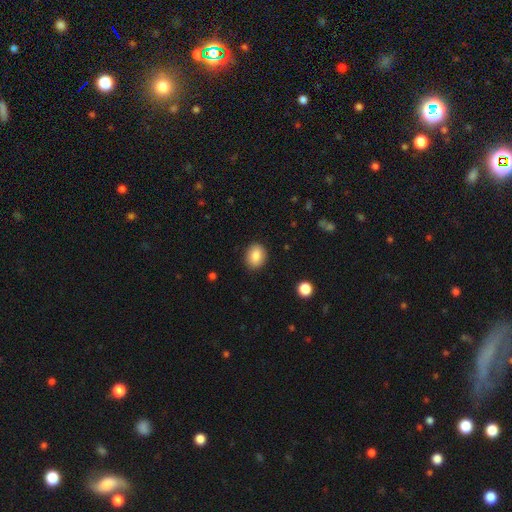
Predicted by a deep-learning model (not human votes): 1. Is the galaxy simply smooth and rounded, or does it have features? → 85% smooth, 8% star or artifact, 6% featured or disk.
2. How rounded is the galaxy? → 57% in between, 42% round, 1% cigar-shaped.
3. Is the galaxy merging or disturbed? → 89% none, 8% minor disturbance, 2% major disturbance, 1% merger.